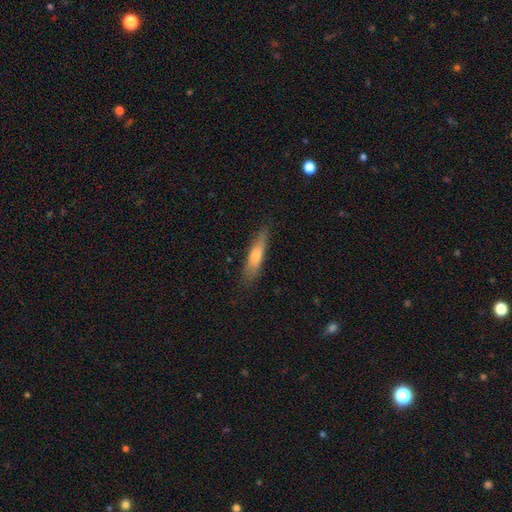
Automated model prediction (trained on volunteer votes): smooth-or-featured: smooth: 62% | featured or disk: 31% | star or artifact: 6%
  how-rounded: cigar-shaped: 82% | in between: 17% | round: 2%
  merging: none: 82% | minor disturbance: 14% | major disturbance: 3% | merger: 1%